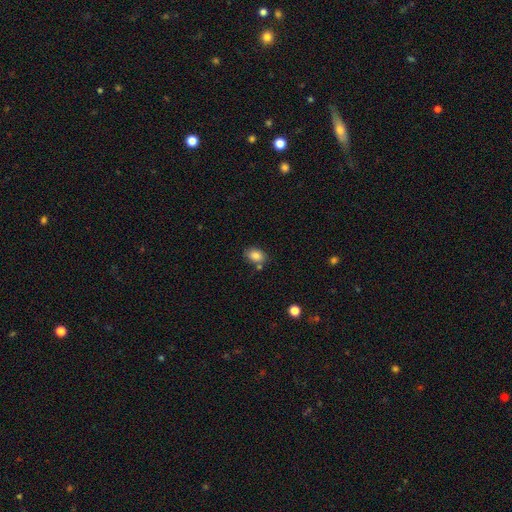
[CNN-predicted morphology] Overall: smooth (84%). How rounded: in between (74%). Merging: none (72%).